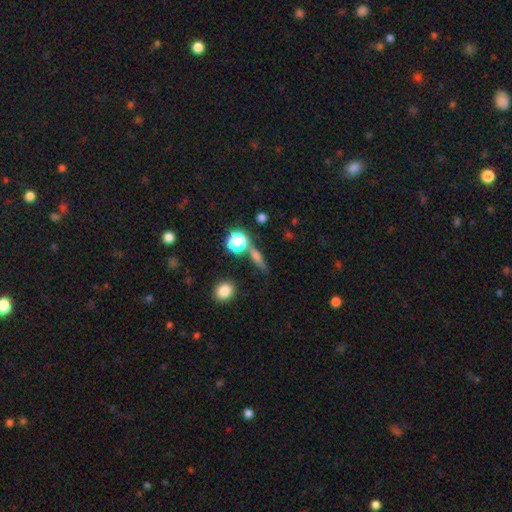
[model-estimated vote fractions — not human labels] Morphology: type=smooth (54%); roundness=cigar-shaped (49%); merging=none (75%).